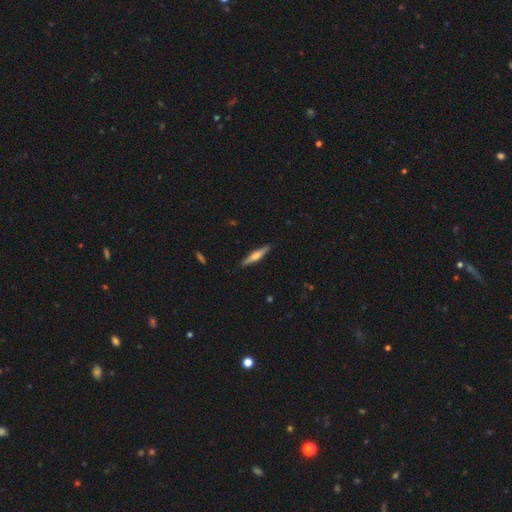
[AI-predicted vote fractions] Smooth or featured? Predicted: featured or disk (p=0.54). Edge-on disk? Predicted: yes (p=0.96). Edge-on bulge? Predicted: rounded (p=0.85). Merging? Predicted: none (p=0.90).